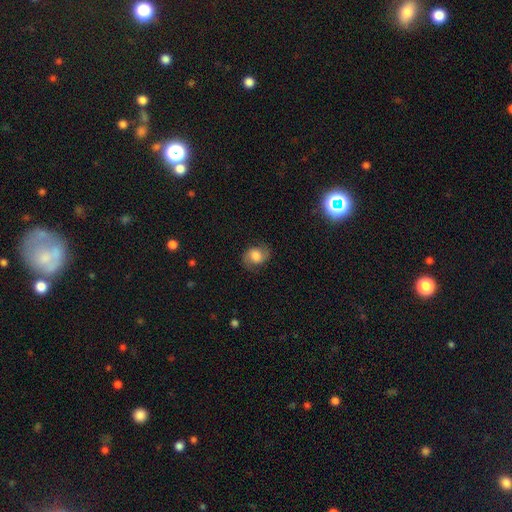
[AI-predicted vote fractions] Overall: smooth (52%; featured or disk 38%). How rounded: round (50%; in between 49%). Merging: none (73%).